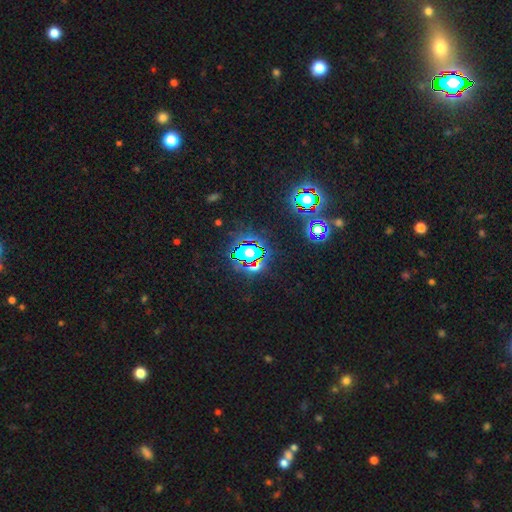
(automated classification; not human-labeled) smooth-or-featured: star or artifact: 83% | smooth: 10% | featured or disk: 7%